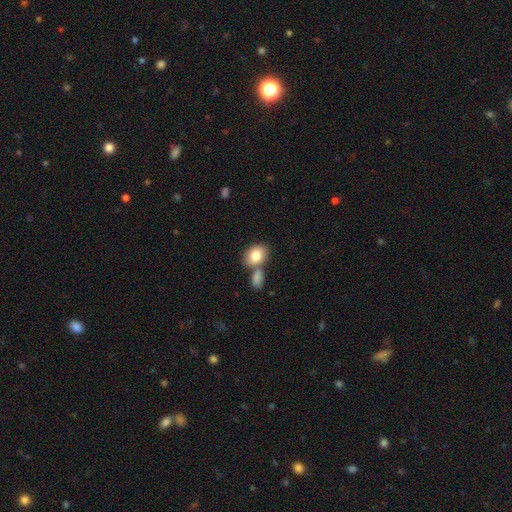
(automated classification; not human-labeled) This appears to be a smooth galaxy with no disk features (83%) that is in between round and cigar-shaped (72%). Merging: none (48%).